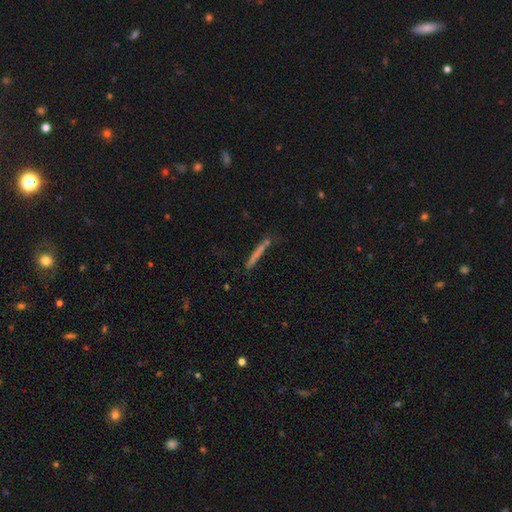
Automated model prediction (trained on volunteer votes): smooth_or_featured: smooth (p=0.61) [alt: featured or disk p=0.30]
how_rounded: cigar-shaped (p=0.96) [alt: in between p=0.02]
merging: none (p=0.82) [alt: minor disturbance p=0.12]